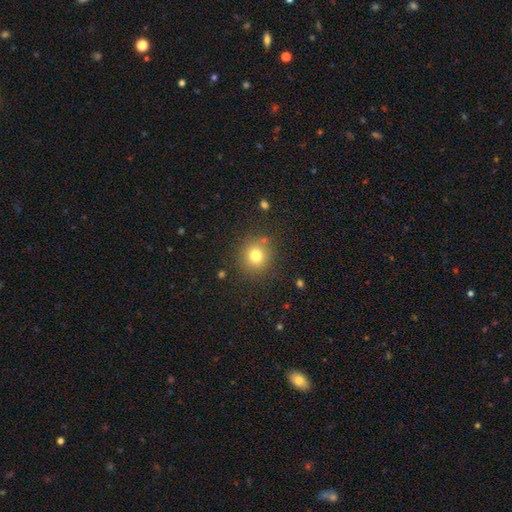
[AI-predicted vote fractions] Smooth or featured? Predicted: smooth (p=0.77). How rounded? Predicted: round (p=0.90). Merging? Predicted: none (p=0.85).